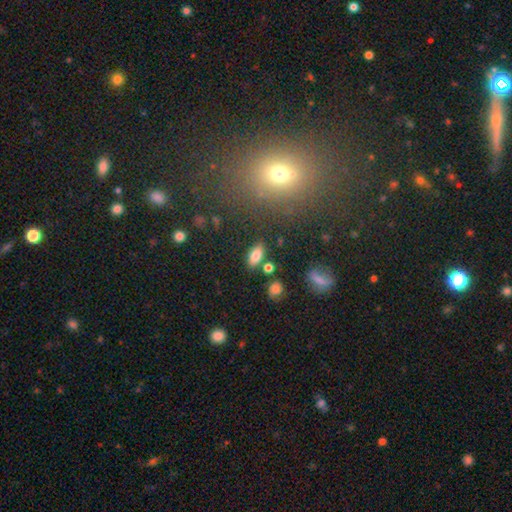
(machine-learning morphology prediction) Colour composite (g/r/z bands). It shows a smooth galaxy with no disk features (80%) that is in between round and cigar-shaped (88%). Merging: none (80%).